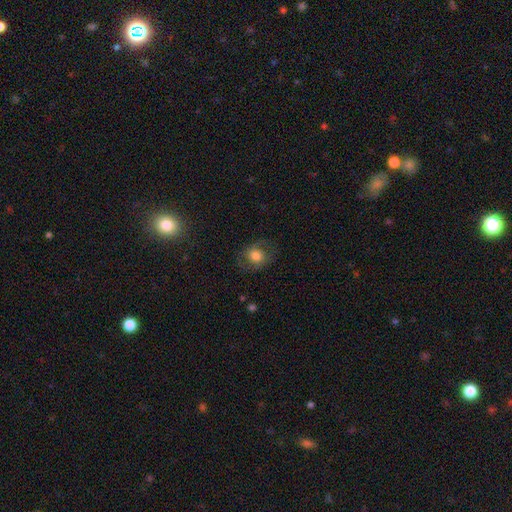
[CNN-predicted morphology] This appears to be a smooth galaxy with no disk features (62%) that is round (64%). Merging: none (68%).